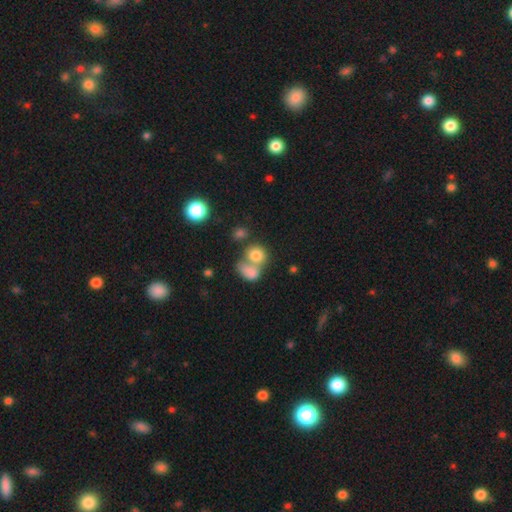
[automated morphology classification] Overall: smooth (78%). How rounded: round (58%; in between 40%). Merging: merger (56%; none 31%).